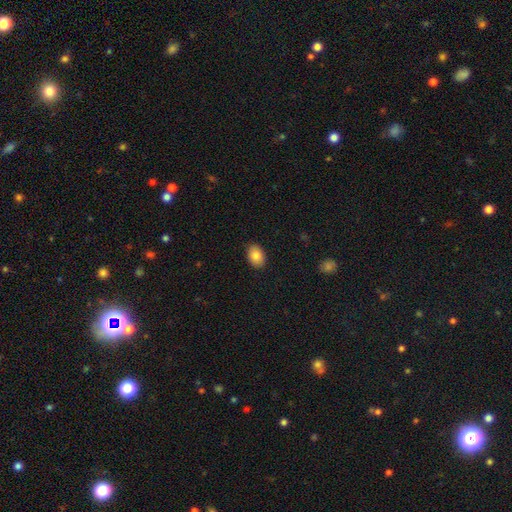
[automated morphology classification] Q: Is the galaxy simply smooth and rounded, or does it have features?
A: smooth — 85%.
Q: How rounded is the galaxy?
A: in between — 80%.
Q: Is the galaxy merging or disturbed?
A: none — 89%.